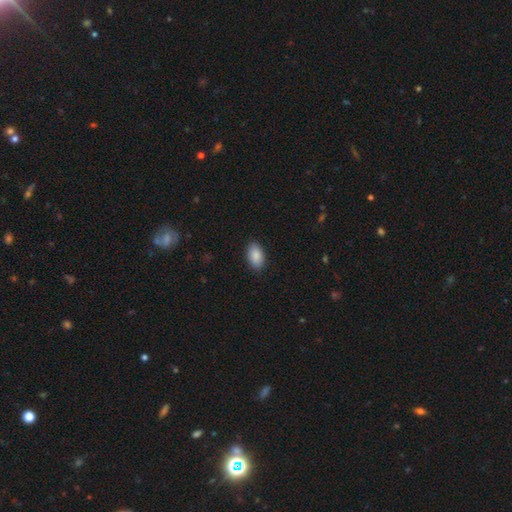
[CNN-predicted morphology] Smooth or featured? Predicted: smooth (p=0.89). How rounded? Predicted: in between (p=0.94). Merging? Predicted: none (p=0.89).